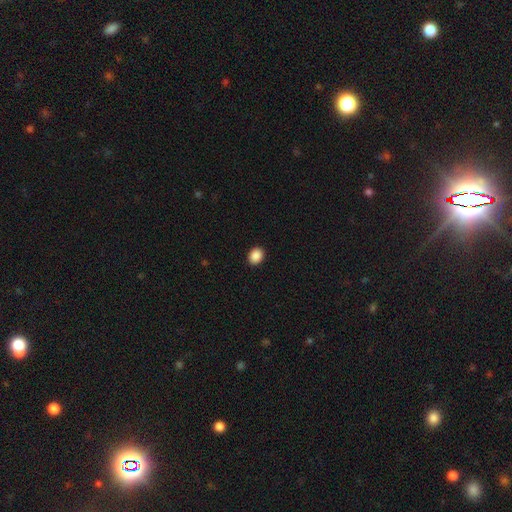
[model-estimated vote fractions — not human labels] Q: Smooth or featured?
A: smooth (90%); runner-up: star or artifact (8%)
Q: How rounded?
A: in between (50%); runner-up: round (49%)
Q: Merging?
A: none (91%); runner-up: minor disturbance (6%)